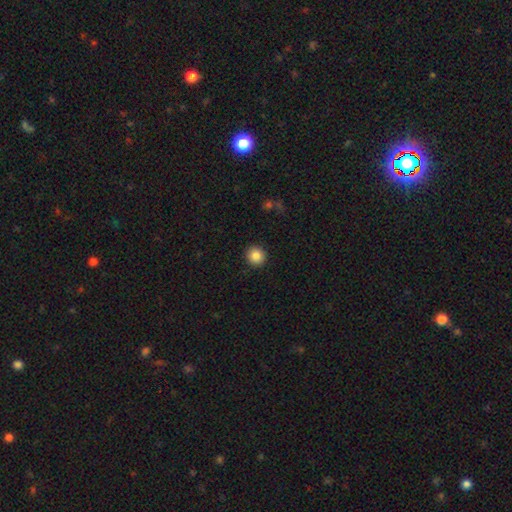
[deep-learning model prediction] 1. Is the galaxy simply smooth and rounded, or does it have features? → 86% smooth, 9% star or artifact, 4% featured or disk.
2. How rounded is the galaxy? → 92% round, 7% in between, 1% cigar-shaped.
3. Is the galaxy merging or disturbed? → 92% none, 5% minor disturbance, 2% major disturbance, 1% merger.